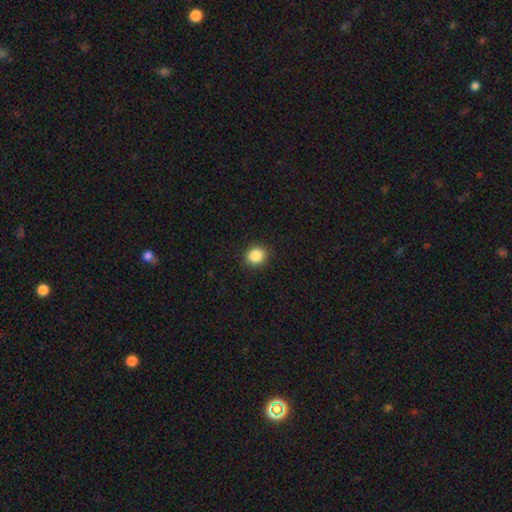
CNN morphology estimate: A smooth galaxy with no disk features (87%) that is round (72%). Merging: none (91%).